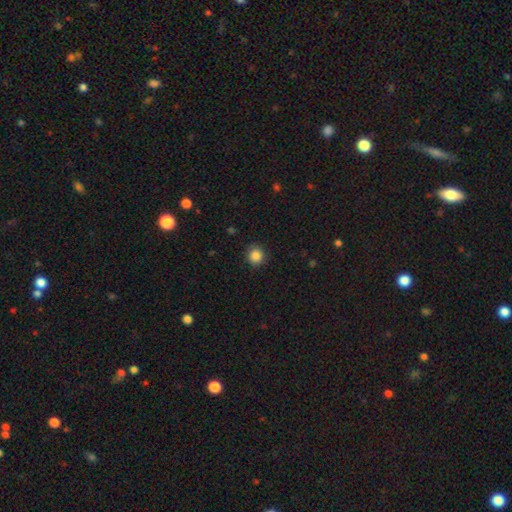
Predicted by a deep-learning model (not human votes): A smooth galaxy with no disk features (86%) that is round (89%). Merging: none (88%).